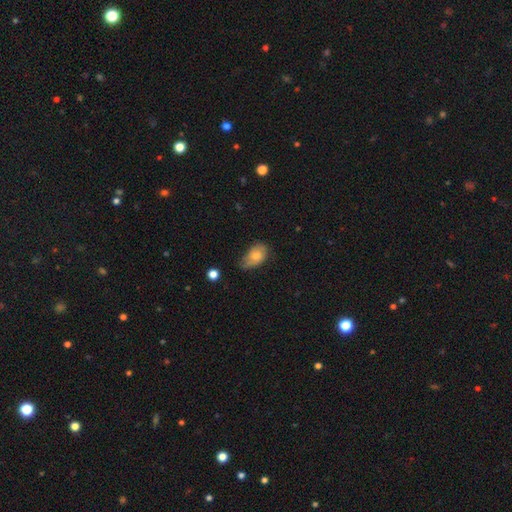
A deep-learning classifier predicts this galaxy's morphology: Q: Smooth or featured?
A: smooth (69%); runner-up: featured or disk (23%)
Q: How rounded?
A: in between (88%); runner-up: round (10%)
Q: Merging?
A: none (47%); runner-up: minor disturbance (40%)